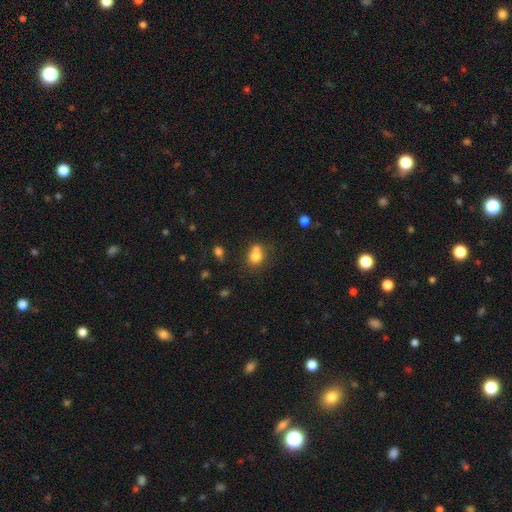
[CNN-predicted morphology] smooth-or-featured: smooth: 77% | star or artifact: 12% | featured or disk: 11%
  how-rounded: round: 63% | in between: 36% | cigar-shaped: 1%
  merging: none: 42% | merger: 37% | minor disturbance: 14% | major disturbance: 6%